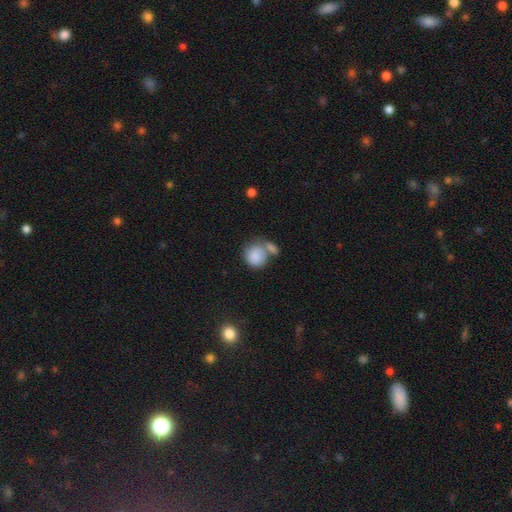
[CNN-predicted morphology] Overall: smooth (83%). How rounded: round (78%). Merging: merger (40%; none 37%).